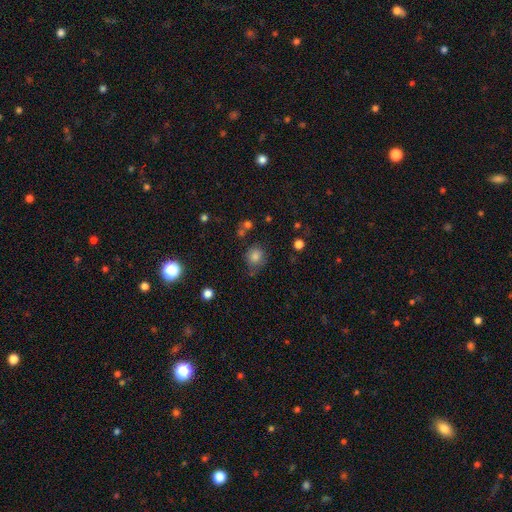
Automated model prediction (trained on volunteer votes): A smooth galaxy with no disk features (80%) that is round (80%).

Vote fractions:
- Smooth or featured? smooth: 80% / star or artifact: 13% / featured or disk: 7%
- How rounded? round: 80% / in between: 19% / cigar-shaped: 1%
- Merging? none: 66% / minor disturbance: 21% / major disturbance: 7% / merger: 6%